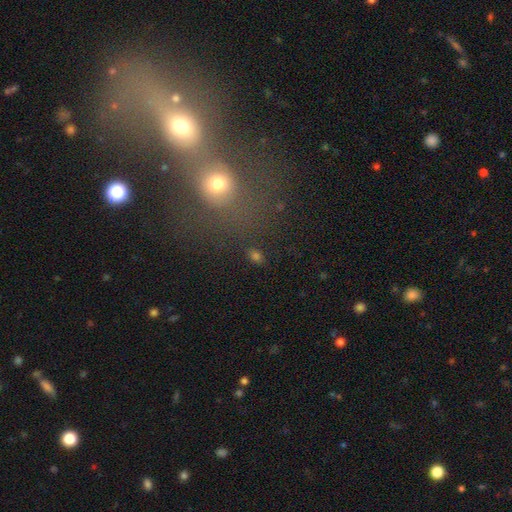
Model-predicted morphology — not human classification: Smooth or featured: smooth — 65% (star or artifact — 24%)
How rounded: in between — 69% (round — 27%)
Merging: none — 75% (minor disturbance — 11%)